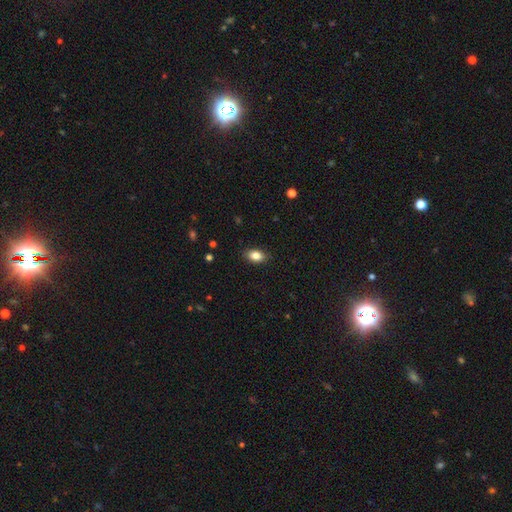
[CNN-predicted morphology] Q: Smooth or featured?
A: smooth (85%); runner-up: star or artifact (8%)
Q: How rounded?
A: in between (86%); runner-up: round (12%)
Q: Merging?
A: none (88%); runner-up: minor disturbance (9%)